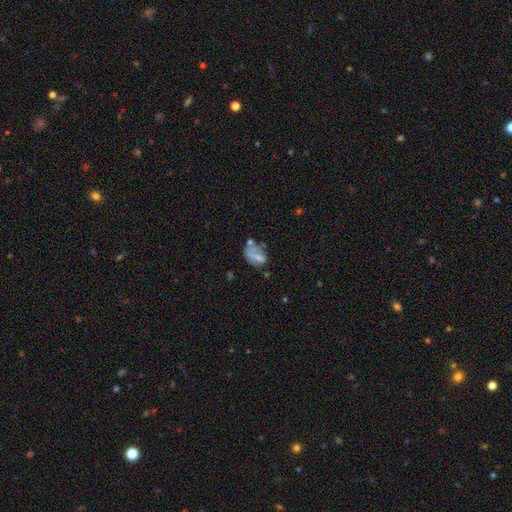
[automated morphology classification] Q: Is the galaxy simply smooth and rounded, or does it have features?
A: smooth — 59%.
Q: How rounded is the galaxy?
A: in between — 79%.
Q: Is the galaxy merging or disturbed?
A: none — 35%.